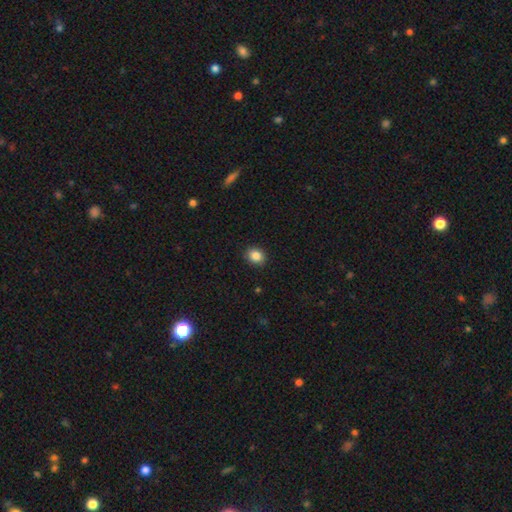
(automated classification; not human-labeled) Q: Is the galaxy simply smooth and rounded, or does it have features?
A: smooth — 86%.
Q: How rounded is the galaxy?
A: round — 63%.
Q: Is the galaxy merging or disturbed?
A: none — 90%.